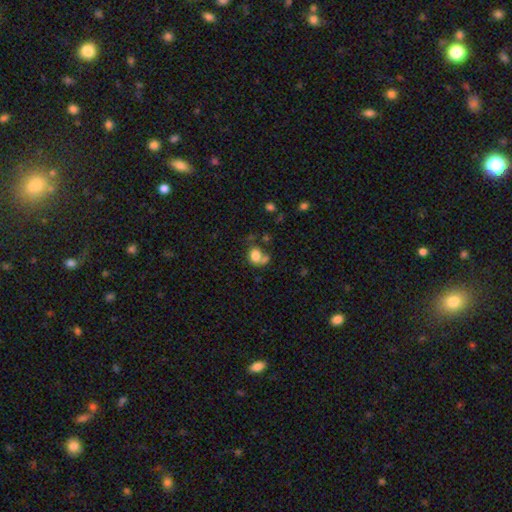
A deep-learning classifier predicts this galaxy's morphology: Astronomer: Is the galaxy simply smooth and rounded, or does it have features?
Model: smooth — 79%.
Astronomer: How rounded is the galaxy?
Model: round — 55% (runner-up: in between, 44%).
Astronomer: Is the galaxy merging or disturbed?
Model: none — 38% (runner-up: merger, 37%).